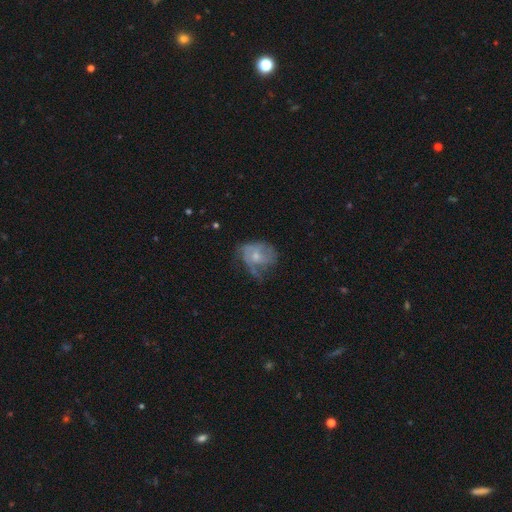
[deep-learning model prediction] featured or disk 51%, smooth 40%, star or artifact 9%. Down the decision tree: edge-on disk — no (97%); merging — none (34%).